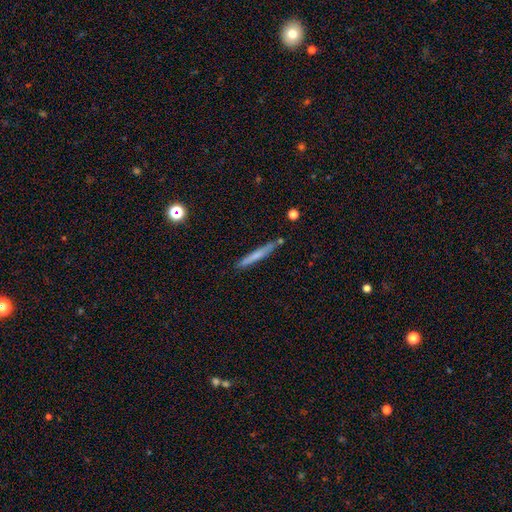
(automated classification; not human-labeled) smooth 63%, featured or disk 31%, star or artifact 7%. Down the decision tree: how rounded — cigar-shaped (96%); merging — none (82%).